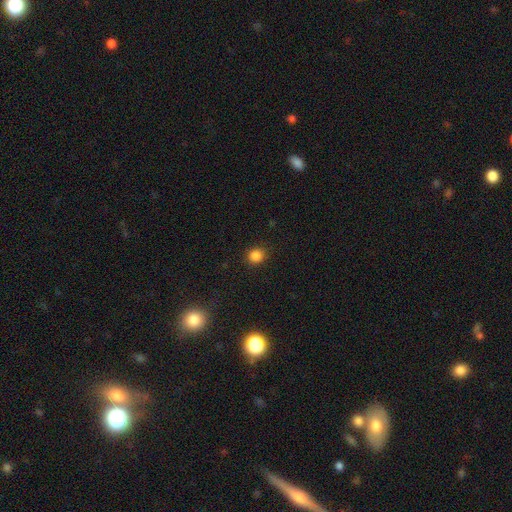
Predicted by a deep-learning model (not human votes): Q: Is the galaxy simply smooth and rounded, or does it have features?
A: smooth — 84%.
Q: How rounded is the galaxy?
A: round — 83%.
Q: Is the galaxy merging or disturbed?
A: none — 89%.